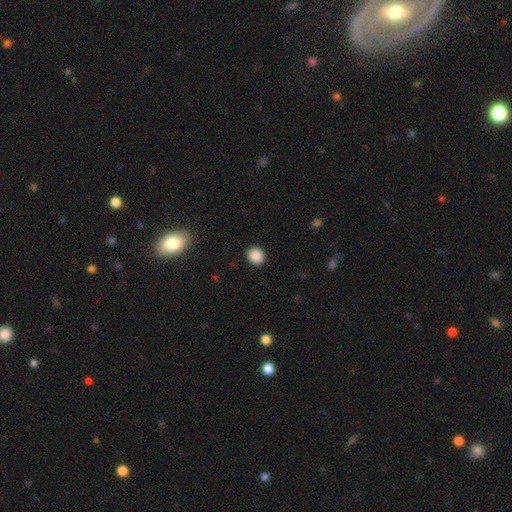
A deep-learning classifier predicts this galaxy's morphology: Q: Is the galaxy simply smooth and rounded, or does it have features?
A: smooth — 88%.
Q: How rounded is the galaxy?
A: round — 82%.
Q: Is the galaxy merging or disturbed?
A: none — 92%.